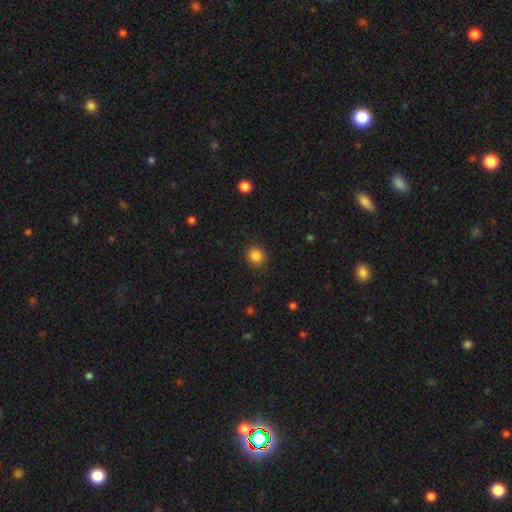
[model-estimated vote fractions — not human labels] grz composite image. It shows a smooth galaxy with no disk features (86%) that is round (83%). Merging: none (87%).